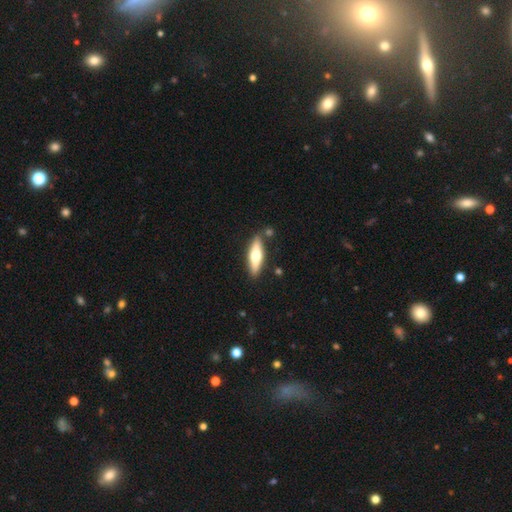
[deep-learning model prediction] A smooth galaxy with no disk features (52%) that is cigar-shaped (58%).

Vote fractions:
- Smooth or featured? smooth: 52% / featured or disk: 43% / star or artifact: 5%
- How rounded? cigar-shaped: 58% / in between: 40% / round: 2%
- Merging? none: 82% / minor disturbance: 11% / merger: 5% / major disturbance: 2%